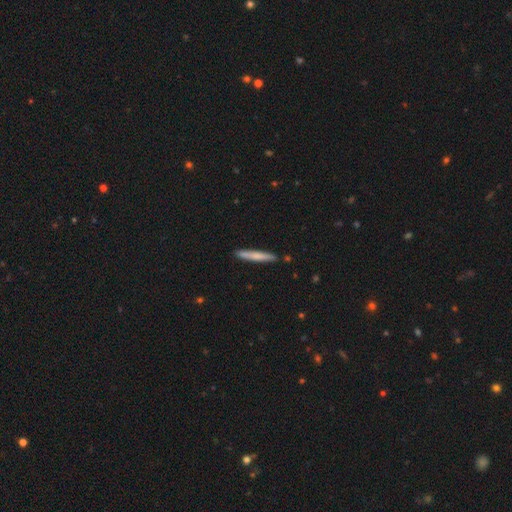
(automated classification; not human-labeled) smooth-or-featured: smooth: 70% | featured or disk: 25% | star or artifact: 5%
  how-rounded: cigar-shaped: 95% | in between: 4% | round: 1%
  merging: none: 89% | minor disturbance: 8% | merger: 2% | major disturbance: 1%